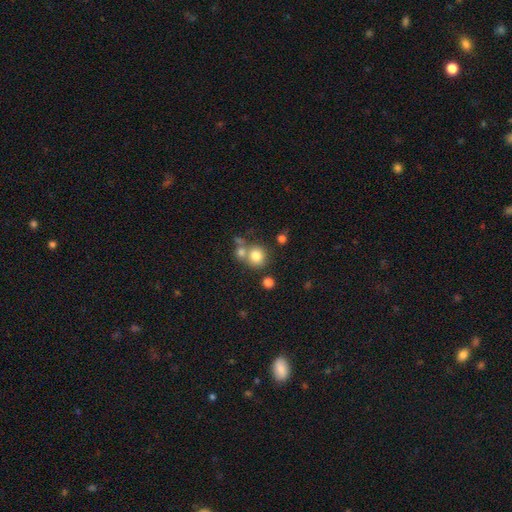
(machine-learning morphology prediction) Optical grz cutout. It shows a smooth galaxy with no disk features (78%) that is round (86%). Merging: none (56%).